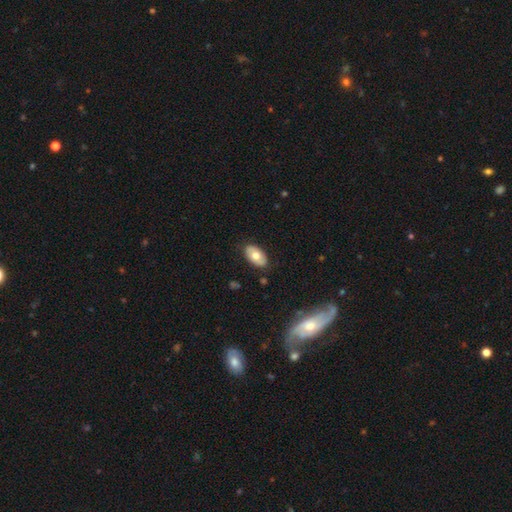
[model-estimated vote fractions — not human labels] Morphology: type=smooth (69%); roundness=in between (94%); merging=none (84%).